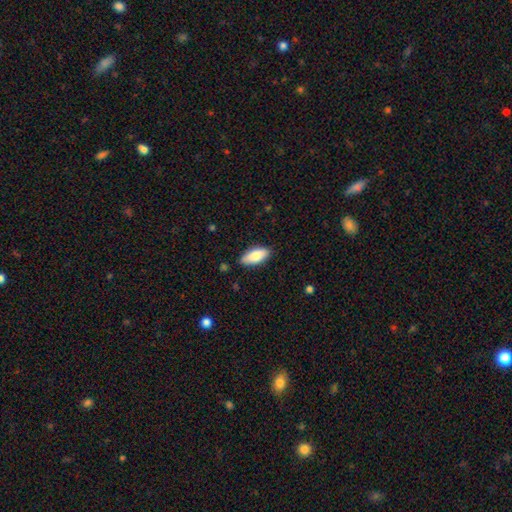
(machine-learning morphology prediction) smooth_or_featured: smooth (p=0.81) [alt: featured or disk p=0.13]
how_rounded: in between (p=0.85) [alt: cigar-shaped p=0.13]
merging: none (p=0.86) [alt: minor disturbance p=0.11]